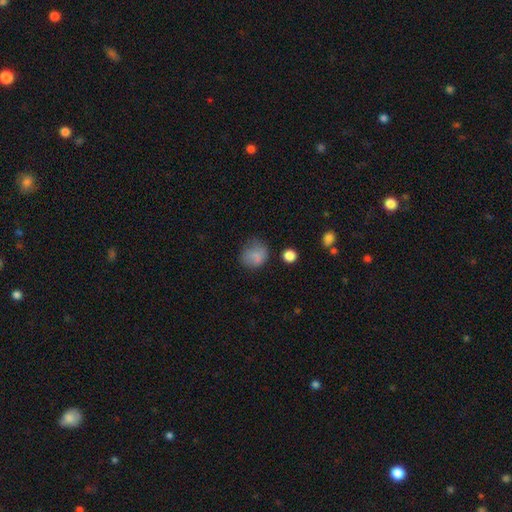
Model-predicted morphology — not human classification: This appears to be a smooth galaxy with no disk features (80%) that is round (73%). Merging: none (58%).